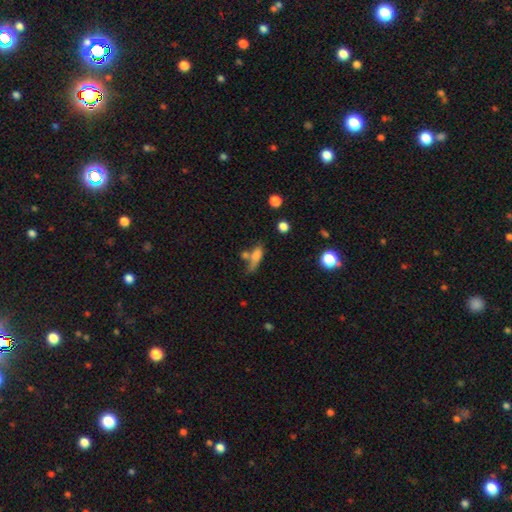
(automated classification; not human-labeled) smooth 70%, featured or disk 19%, star or artifact 10%. Down the decision tree: how rounded — in between (50%); merging — none (42%).